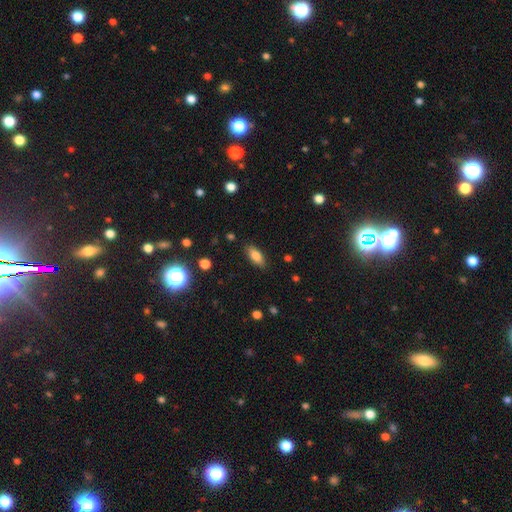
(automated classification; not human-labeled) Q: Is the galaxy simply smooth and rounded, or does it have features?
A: smooth — 82%.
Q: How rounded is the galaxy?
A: in between — 81%.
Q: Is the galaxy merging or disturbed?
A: none — 86%.